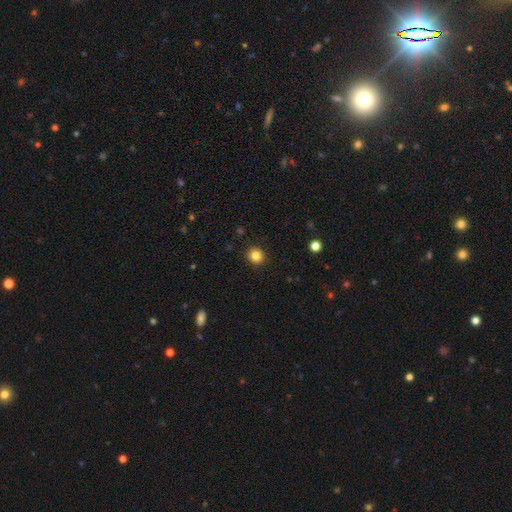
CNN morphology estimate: smooth_or_featured: smooth (p=0.84) [alt: star or artifact p=0.11]
how_rounded: round (p=0.90) [alt: in between p=0.10]
merging: none (p=0.91) [alt: minor disturbance p=0.06]